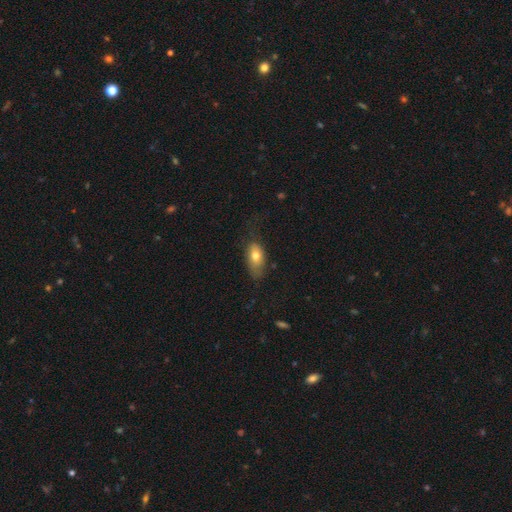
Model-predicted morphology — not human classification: smooth_or_featured: smooth (p=0.74) [alt: featured or disk p=0.18]
how_rounded: in between (p=0.87) [alt: round p=0.07]
merging: none (p=0.55) [alt: minor disturbance p=0.30]